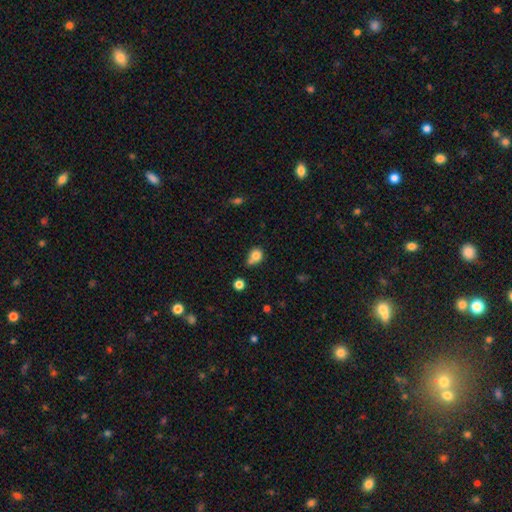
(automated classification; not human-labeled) smooth 80%, star or artifact 11%, featured or disk 9%. Down the decision tree: how rounded — round (61%); merging — none (42%).